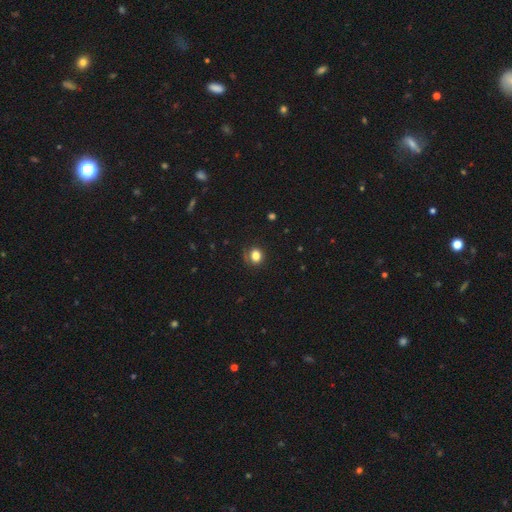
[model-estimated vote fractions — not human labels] Smooth or featured: smooth — 81% (star or artifact — 12%)
How rounded: round — 70% (in between — 29%)
Merging: none — 77% (minor disturbance — 16%)